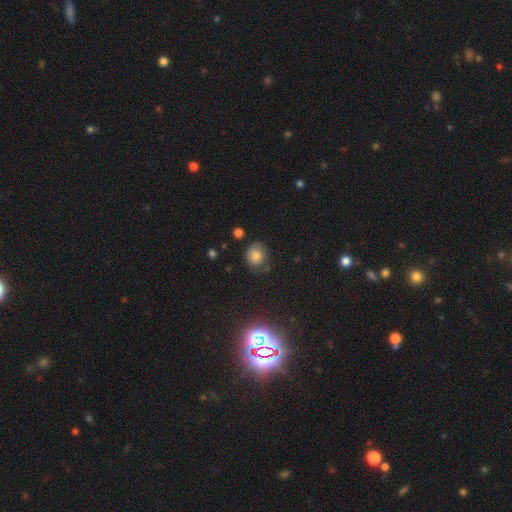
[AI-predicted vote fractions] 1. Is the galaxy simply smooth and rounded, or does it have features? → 75% smooth, 13% star or artifact, 12% featured or disk.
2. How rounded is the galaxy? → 69% round, 30% in between, 1% cigar-shaped.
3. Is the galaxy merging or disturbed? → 64% none, 26% minor disturbance, 8% major disturbance, 2% merger.